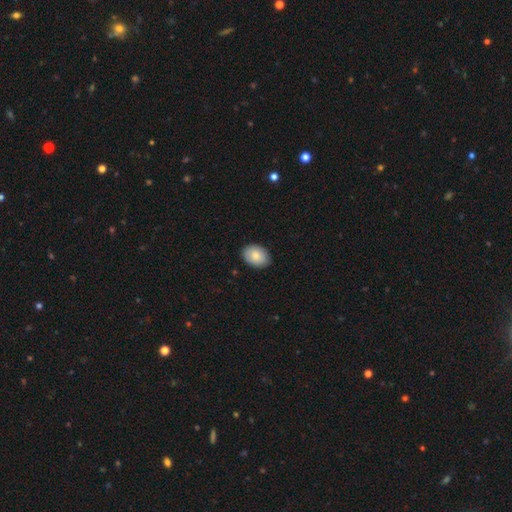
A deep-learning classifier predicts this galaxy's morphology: Smooth or featured?
  - smooth: 82% *
  - featured or disk: 11%
  - star or artifact: 7%
How rounded?
  - in between: 74% *
  - round: 25%
  - cigar-shaped: 1%
Merging?
  - none: 86% *
  - minor disturbance: 11%
  - major disturbance: 2%
  - merger: 1%